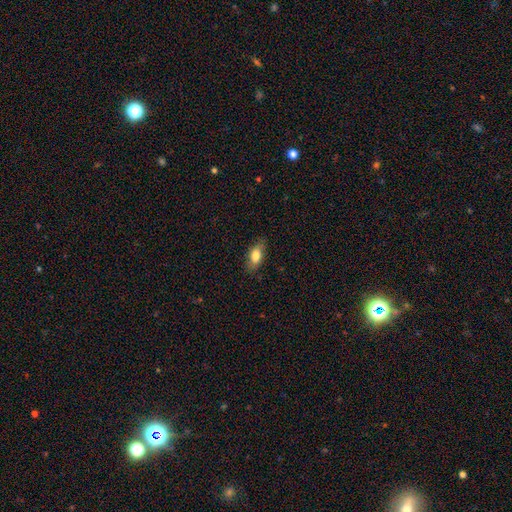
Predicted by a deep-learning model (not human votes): Overall: smooth (79%). How rounded: in between (84%). Merging: none (81%).